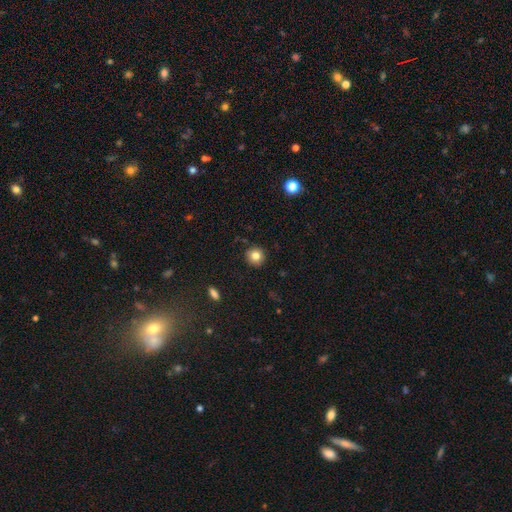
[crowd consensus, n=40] smooth_or_featured: smooth (p=0.78) [alt: featured or disk p=0.15]
how_rounded: round (p=1.00)
merging: none (p=0.89) [alt: minor disturbance p=0.08]